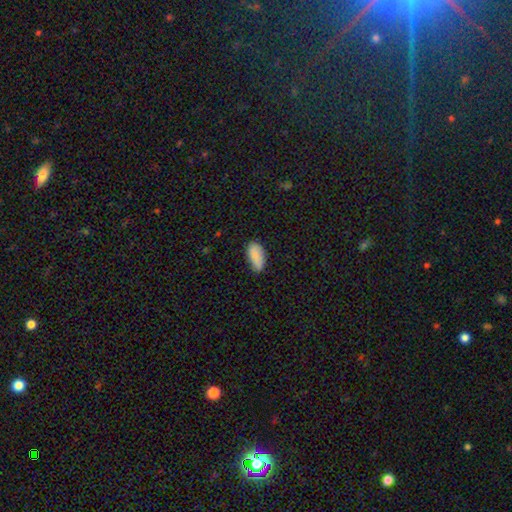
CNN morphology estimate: Q: Smooth or featured?
A: smooth (88%); runner-up: star or artifact (7%)
Q: How rounded?
A: in between (90%); runner-up: cigar-shaped (8%)
Q: Merging?
A: none (71%); runner-up: minor disturbance (23%)